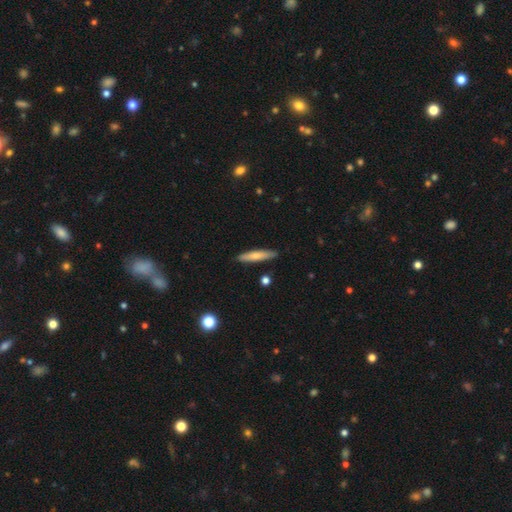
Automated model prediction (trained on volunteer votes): smooth-or-featured: smooth: 69% | featured or disk: 25% | star or artifact: 6%
  how-rounded: cigar-shaped: 87% | in between: 11% | round: 2%
  merging: none: 88% | minor disturbance: 9% | merger: 2% | major disturbance: 2%